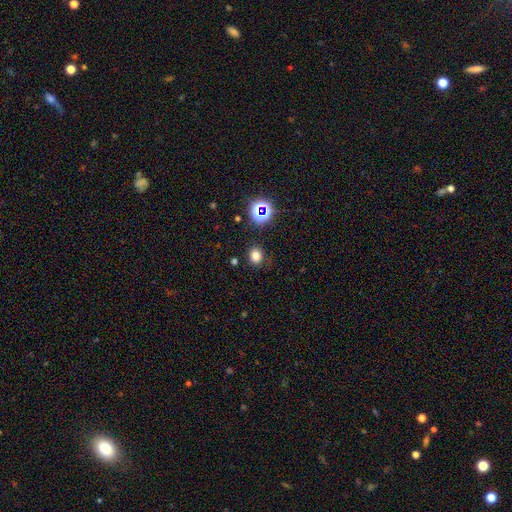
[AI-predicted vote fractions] This appears to be a smooth galaxy with no disk features (75%) that is round (68%). Merging: none (85%).